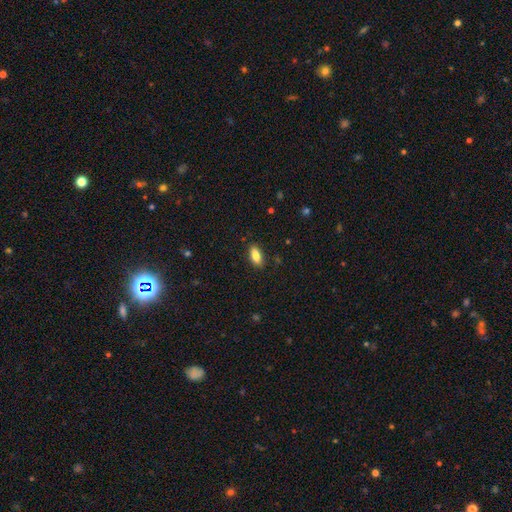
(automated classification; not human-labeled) smooth 84%, featured or disk 8%, star or artifact 7%. Down the decision tree: how rounded — in between (86%); merging — none (87%).